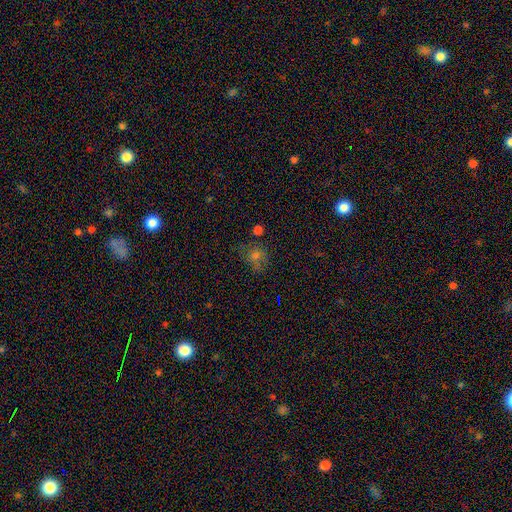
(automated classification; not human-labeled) Smooth or featured: smooth — 59% (star or artifact — 26%)
How rounded: round — 73% (in between — 26%)
Merging: none — 61% (minor disturbance — 21%)